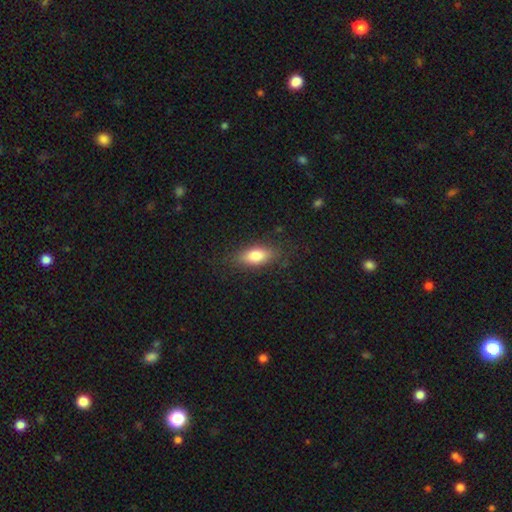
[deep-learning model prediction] A smooth galaxy with no disk features (78%) that is in between round and cigar-shaped (80%).

Vote fractions:
- Smooth or featured? smooth: 78% / featured or disk: 14% / star or artifact: 7%
- How rounded? in between: 80% / cigar-shaped: 16% / round: 4%
- Merging? none: 81% / minor disturbance: 14% / major disturbance: 4% / merger: 1%